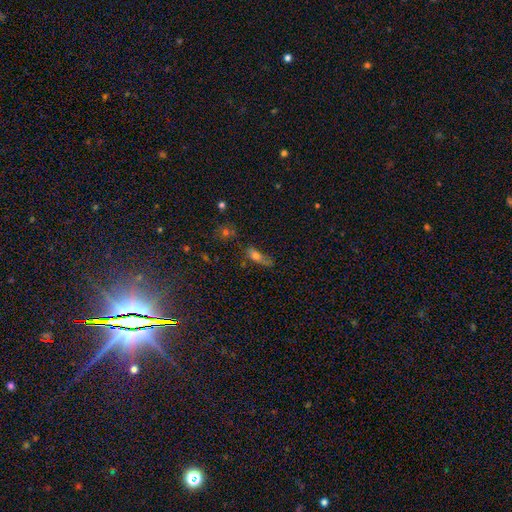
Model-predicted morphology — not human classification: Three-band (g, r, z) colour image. It shows a smooth galaxy with no disk features (64%) that is in between round and cigar-shaped (51%). Merging: none (49%).